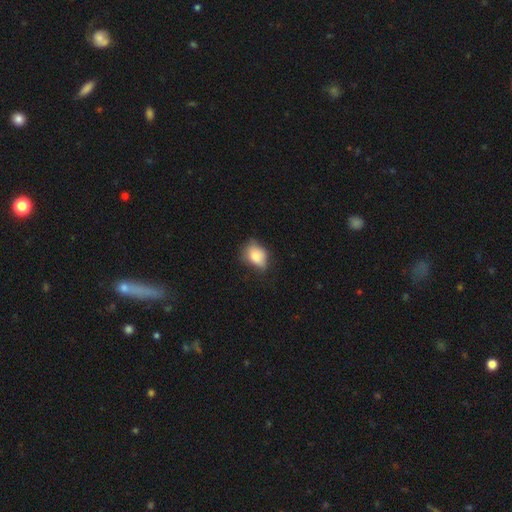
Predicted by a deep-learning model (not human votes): Overall: smooth (77%). How rounded: in between (69%). Merging: none (51%; minor disturbance 37%).